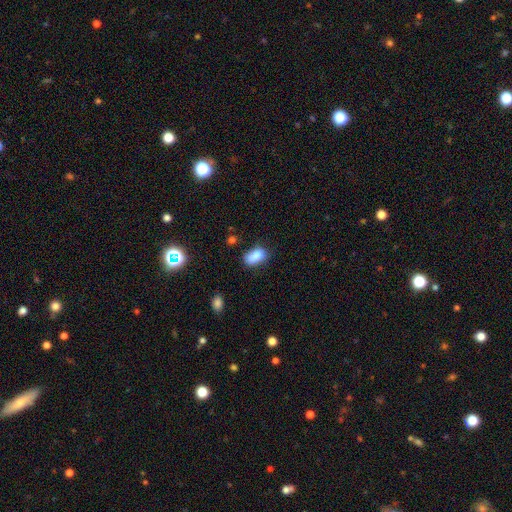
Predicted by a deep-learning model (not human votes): Smooth or featured? Predicted: smooth (p=0.83). How rounded? Predicted: in between (p=0.89). Merging? Predicted: none (p=0.58).